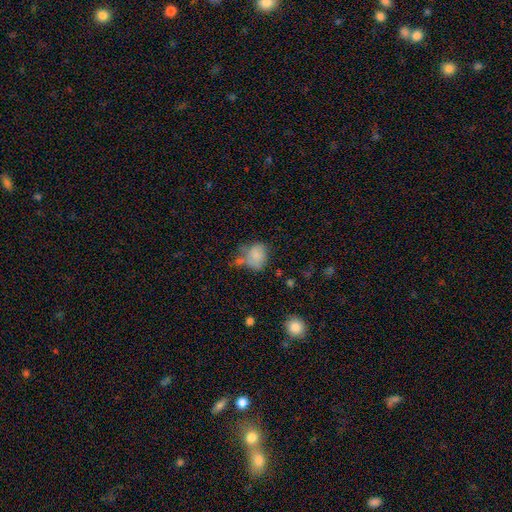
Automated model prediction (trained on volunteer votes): smooth 75%, featured or disk 15%, star or artifact 10%. Down the decision tree: how rounded — round (55%); merging — none (39%).